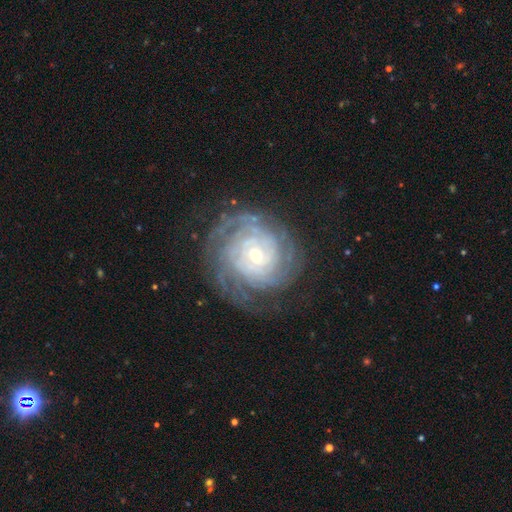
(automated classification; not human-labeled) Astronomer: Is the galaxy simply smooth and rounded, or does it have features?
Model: featured or disk — 88%.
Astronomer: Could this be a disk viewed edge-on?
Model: no — 97%.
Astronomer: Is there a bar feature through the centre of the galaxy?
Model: no — 58%.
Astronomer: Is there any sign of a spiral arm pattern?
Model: yes — 97%.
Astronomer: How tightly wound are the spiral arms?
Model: tight — 81%.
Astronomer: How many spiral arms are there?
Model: can't tell — 30% (runner-up: 4, 21%).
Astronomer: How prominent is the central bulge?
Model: small — 70%.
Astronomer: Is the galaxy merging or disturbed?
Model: none — 78%.